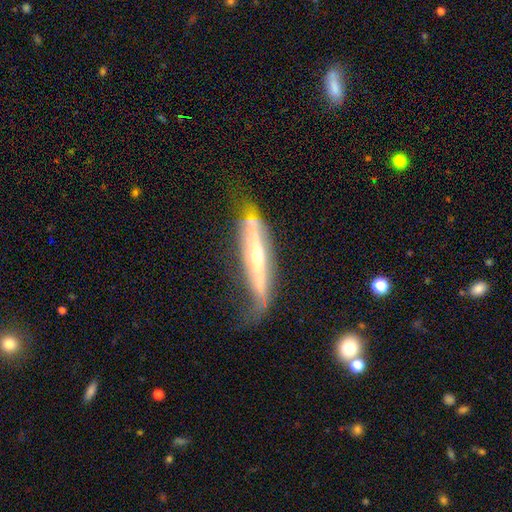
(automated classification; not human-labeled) smooth_or_featured: featured or disk (p=0.75) [alt: smooth p=0.20]
disk_edge_on: yes (p=0.65) [alt: no p=0.35]
merging: none (p=0.43) [alt: minor disturbance p=0.31]